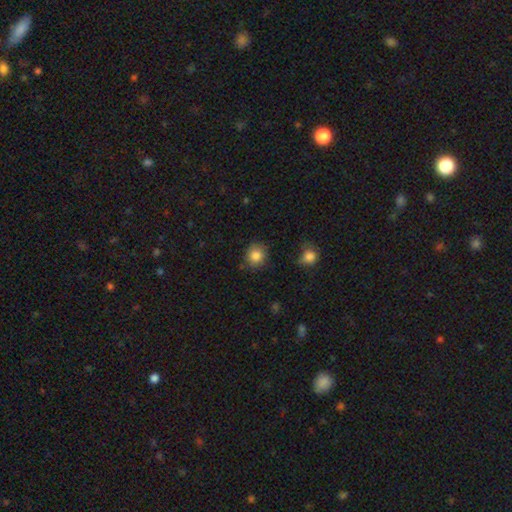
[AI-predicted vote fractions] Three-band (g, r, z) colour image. It shows a smooth galaxy with no disk features (85%) that is round (84%). Merging: none (79%).